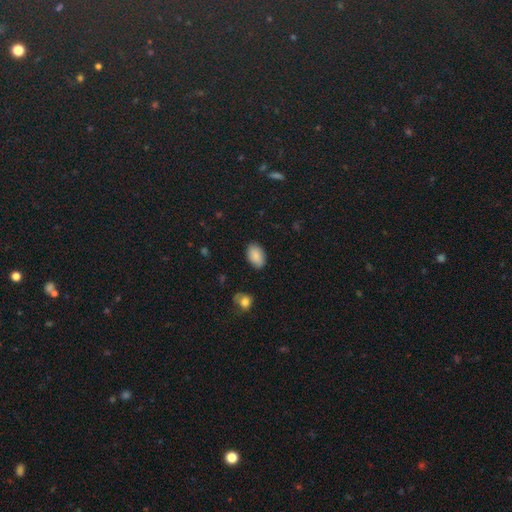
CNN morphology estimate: This is clearly a smooth galaxy (87%). How rounded: clearly in between (91%). Merging: clearly none (84%).